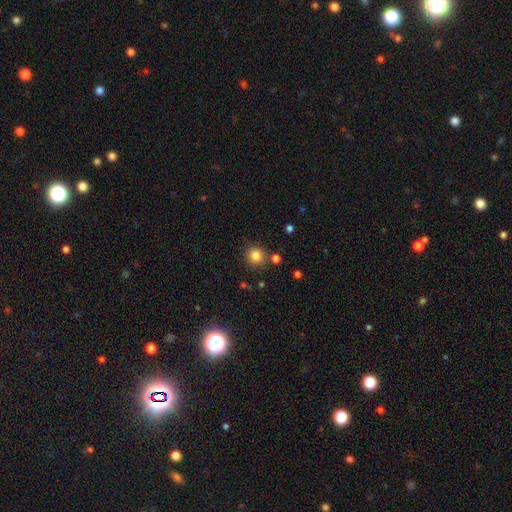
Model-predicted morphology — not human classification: Q: Smooth or featured?
A: smooth (84%); runner-up: star or artifact (11%)
Q: How rounded?
A: round (91%); runner-up: in between (8%)
Q: Merging?
A: none (82%); runner-up: minor disturbance (9%)